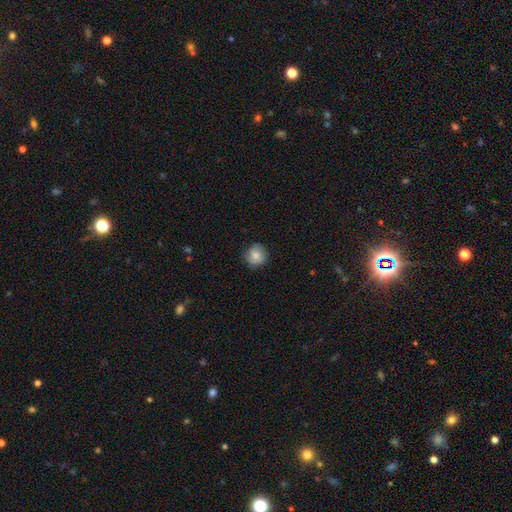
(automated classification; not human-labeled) A smooth galaxy with no disk features (80%) that is round (88%). Merging: none (80%).